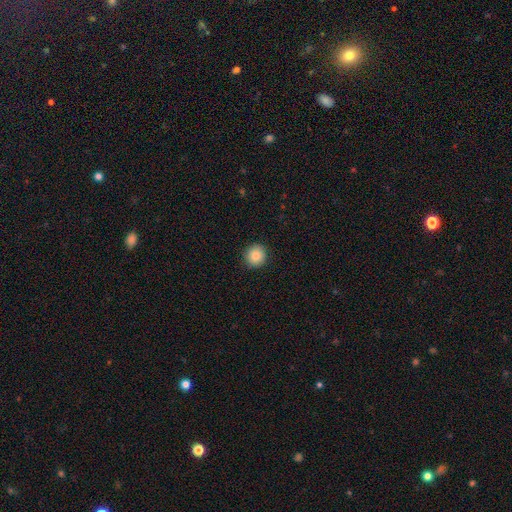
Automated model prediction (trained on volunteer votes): Smooth or featured: smooth — 85% (star or artifact — 9%)
How rounded: round — 92% (in between — 7%)
Merging: none — 92% (minor disturbance — 6%)